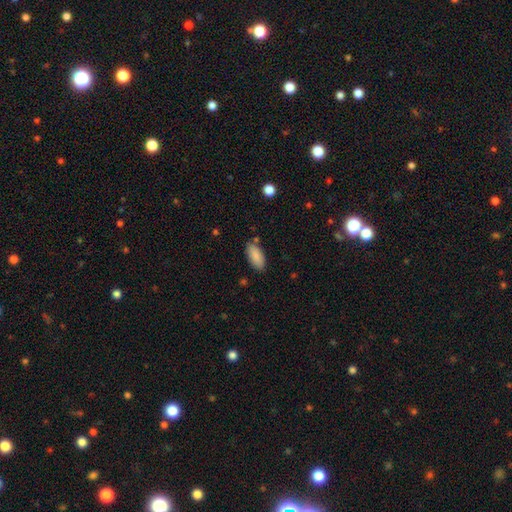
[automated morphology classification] Smooth or featured: smooth — 88% (star or artifact — 6%)
How rounded: in between — 88% (cigar-shaped — 11%)
Merging: none — 81% (minor disturbance — 13%)